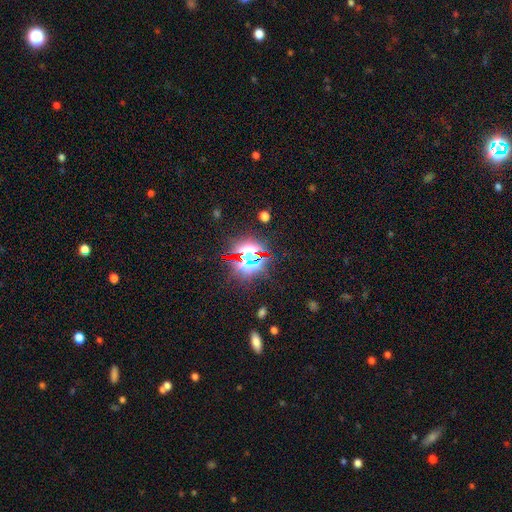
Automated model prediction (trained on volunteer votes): This is likely a star or artifact rather than a galaxy (78%).